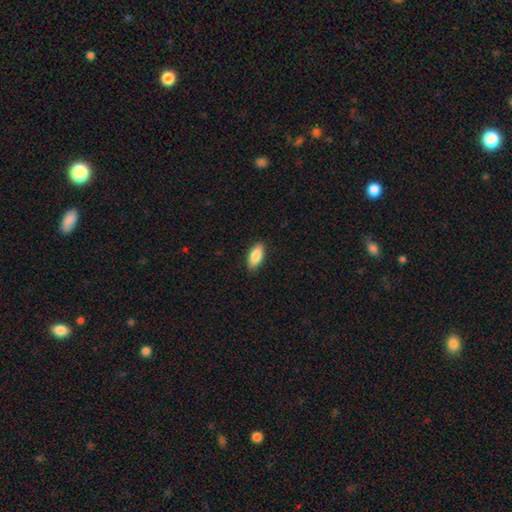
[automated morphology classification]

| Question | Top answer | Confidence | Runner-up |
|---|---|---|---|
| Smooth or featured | smooth | 88% | featured or disk (7%) |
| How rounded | in between | 84% | cigar-shaped (14%) |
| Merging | none | 89% | minor disturbance (8%) |